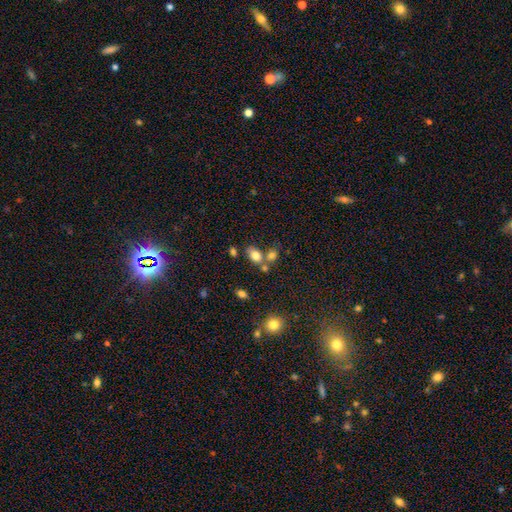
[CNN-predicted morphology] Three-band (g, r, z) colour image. It shows a smooth galaxy with no disk features (79%) that is in between round and cigar-shaped (83%). Merging: none (50%).